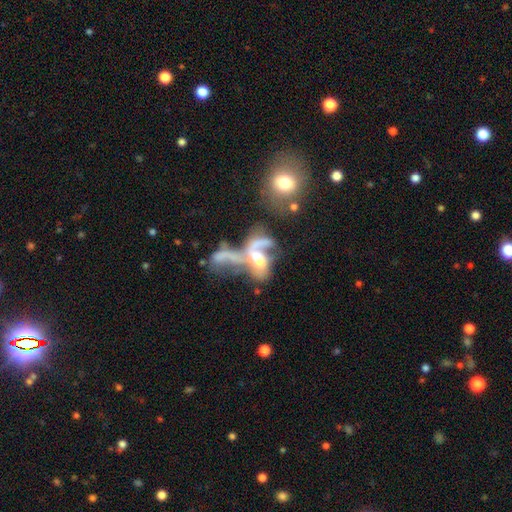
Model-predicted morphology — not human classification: type=featured or disk (61%); edge-on=no (94%); bar=no (66%); spiral arms=yes (51%); bulge=moderate (42%); merging=merger (66%).